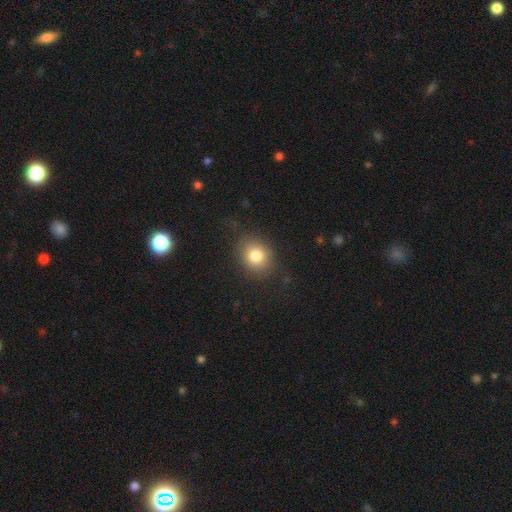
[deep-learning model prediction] Smooth or featured: smooth — 80% (star or artifact — 11%)
How rounded: round — 68% (in between — 31%)
Merging: none — 80% (minor disturbance — 13%)